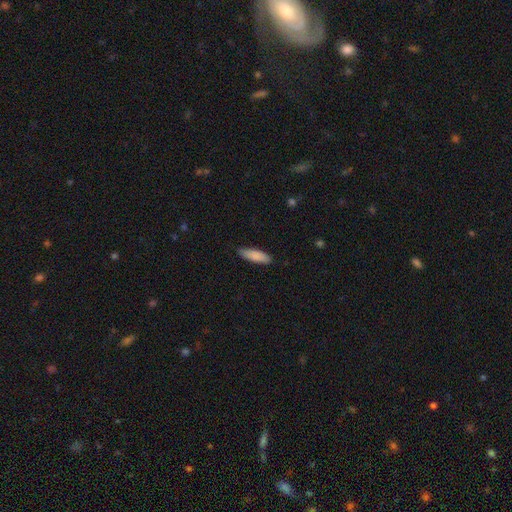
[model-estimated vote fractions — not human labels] A smooth galaxy with no disk features (86%) that is cigar-shaped (60%). Merging: none (86%).